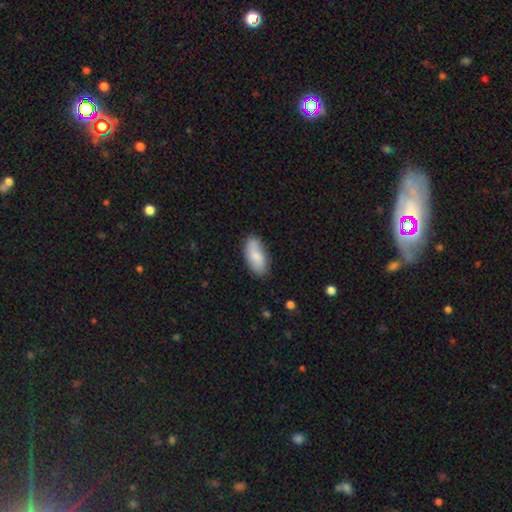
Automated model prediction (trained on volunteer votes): This is likely a smooth galaxy (77%). How rounded: clearly in between (91%). Merging: likely none (75%).